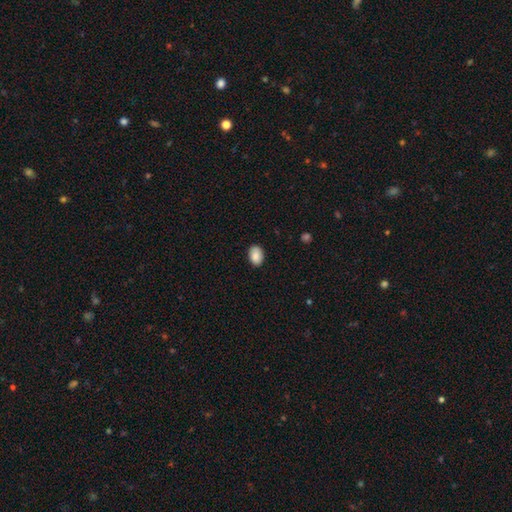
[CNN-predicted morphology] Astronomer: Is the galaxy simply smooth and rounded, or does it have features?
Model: smooth — 89%.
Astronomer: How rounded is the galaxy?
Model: in between — 86%.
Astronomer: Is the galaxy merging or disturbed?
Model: none — 85%.